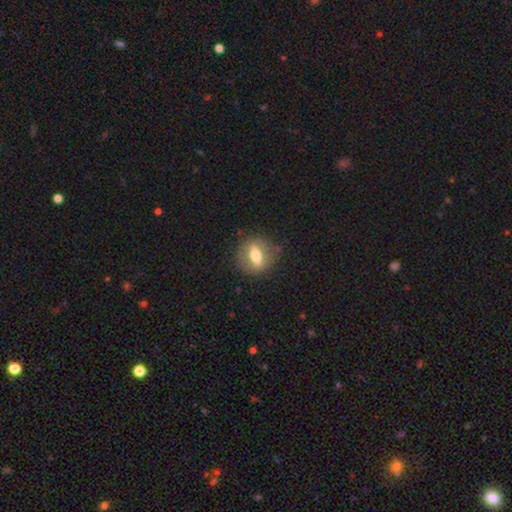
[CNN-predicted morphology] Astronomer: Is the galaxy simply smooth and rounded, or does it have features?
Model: featured or disk — 51% (runner-up: smooth, 41%).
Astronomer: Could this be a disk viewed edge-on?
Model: no — 54% (runner-up: yes, 46%).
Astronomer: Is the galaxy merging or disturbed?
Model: none — 85%.